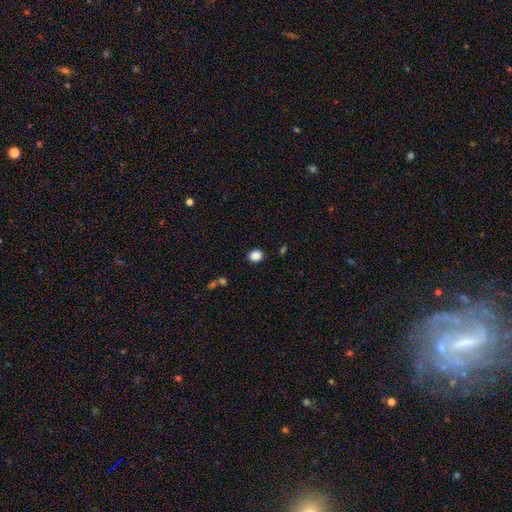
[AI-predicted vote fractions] Q: Smooth or featured?
A: smooth (87%); runner-up: star or artifact (10%)
Q: How rounded?
A: round (60%); runner-up: in between (39%)
Q: Merging?
A: none (88%); runner-up: minor disturbance (7%)